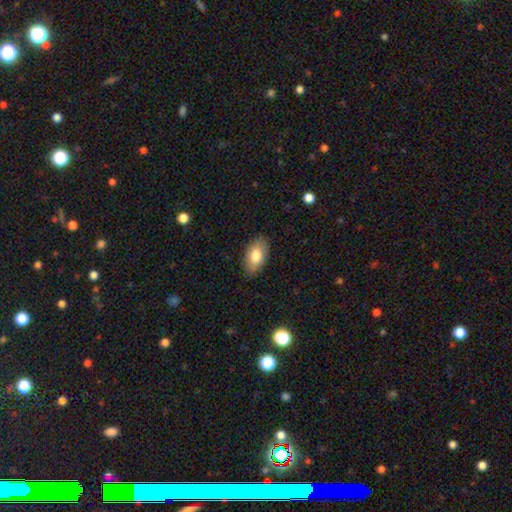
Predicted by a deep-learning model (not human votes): Smooth or featured?
  - smooth: 79% *
  - featured or disk: 15%
  - star or artifact: 7%
How rounded?
  - in between: 94% *
  - round: 4%
  - cigar-shaped: 3%
Merging?
  - none: 86% *
  - minor disturbance: 11%
  - major disturbance: 3%
  - merger: 1%